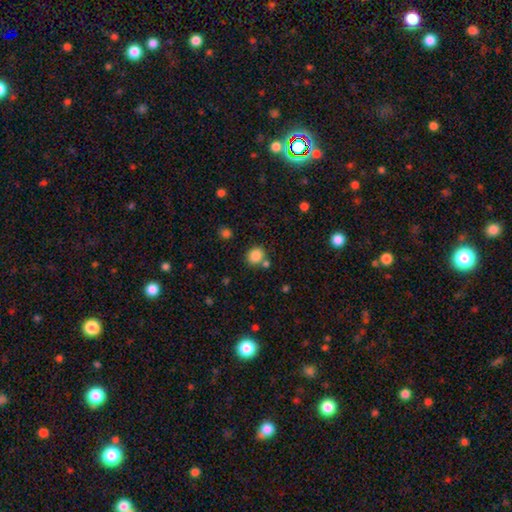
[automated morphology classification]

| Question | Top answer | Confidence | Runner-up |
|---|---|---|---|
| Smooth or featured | smooth | 85% | star or artifact (10%) |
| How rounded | round | 70% | in between (29%) |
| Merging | none | 72% | merger (14%) |